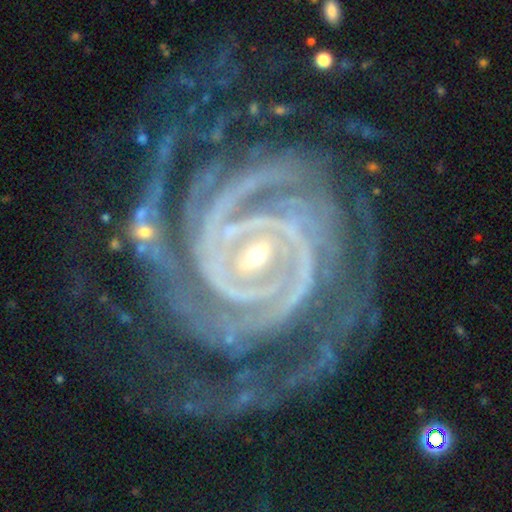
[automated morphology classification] smooth-or-featured: featured or disk: 93% | star or artifact: 5% | smooth: 3%
  disk-edge-on: no: 98% | yes: 2%
    bar: weak: 35% | strong: 34% | no: 31%
    has-spiral-arms: yes: 99% | no: 1%
      spiral-winding: tight: 76% | medium: 20% | loose: 4%
      spiral-arm-count: 2: 25% | 3: 22% | 4: 18% | can't tell: 15% | more than 4: 11% | 1: 10%
    bulge-size: small: 71% | moderate: 25% | large: 2% | none: 1% | dominant: 1%
  merging: none: 61% | minor disturbance: 19% | major disturbance: 16% | merger: 4%